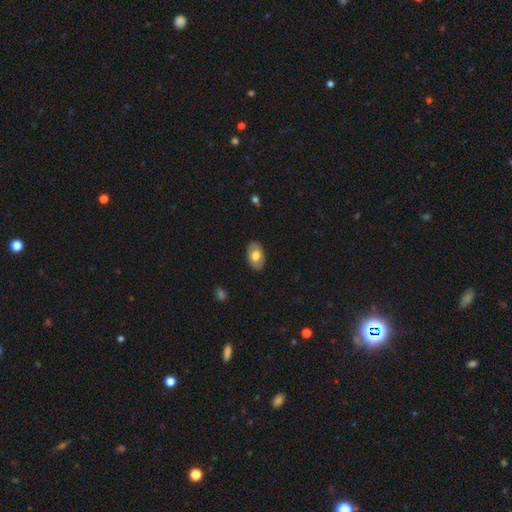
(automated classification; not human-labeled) Smooth or featured: smooth — 69% (featured or disk — 25%)
How rounded: in between — 90% (round — 9%)
Merging: none — 87% (minor disturbance — 10%)